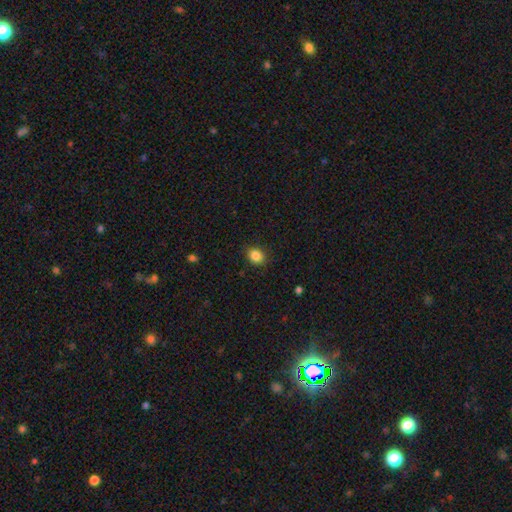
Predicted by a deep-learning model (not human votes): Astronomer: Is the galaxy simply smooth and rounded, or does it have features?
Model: smooth — 86%.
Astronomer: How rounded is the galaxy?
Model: round — 55% (runner-up: in between, 44%).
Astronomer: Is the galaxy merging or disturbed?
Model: none — 87%.